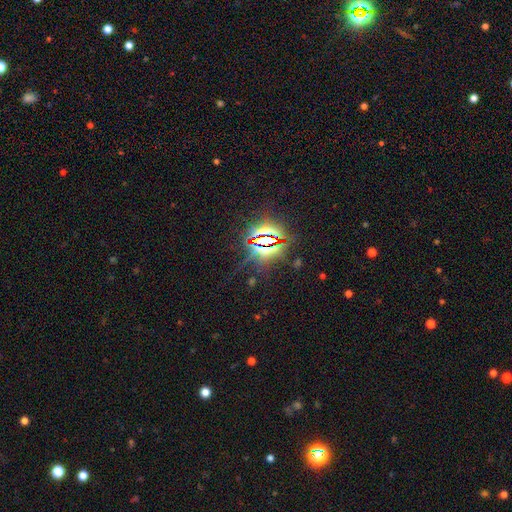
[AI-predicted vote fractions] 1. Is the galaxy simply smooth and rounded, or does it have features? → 86% star or artifact, 8% smooth, 6% featured or disk.